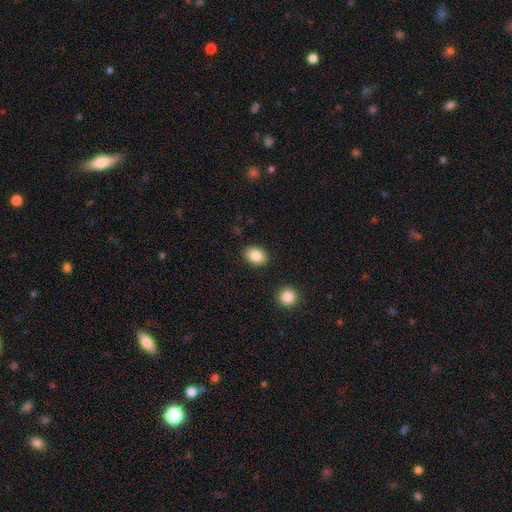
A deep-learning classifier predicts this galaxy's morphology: This appears to be a smooth galaxy with no disk features (85%) that is in between round and cigar-shaped (71%). Merging: none (87%).